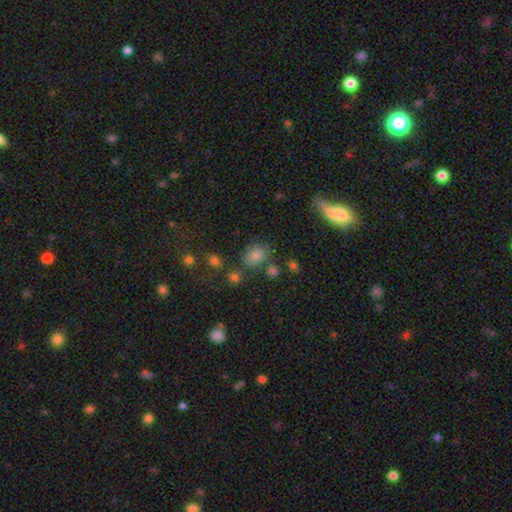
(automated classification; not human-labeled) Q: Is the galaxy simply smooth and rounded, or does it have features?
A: smooth — 69%.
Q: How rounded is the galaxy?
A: in between — 61%.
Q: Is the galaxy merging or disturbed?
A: none — 68%.